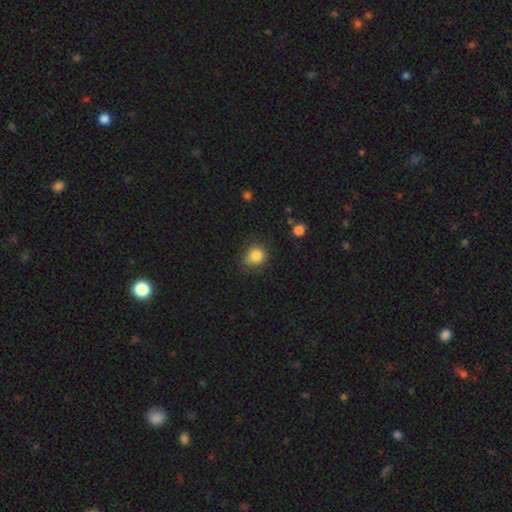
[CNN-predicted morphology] smooth-or-featured: smooth: 84% | star or artifact: 10% | featured or disk: 5%
  how-rounded: round: 77% | in between: 22% | cigar-shaped: 1%
  merging: none: 75% | minor disturbance: 19% | major disturbance: 4% | merger: 2%